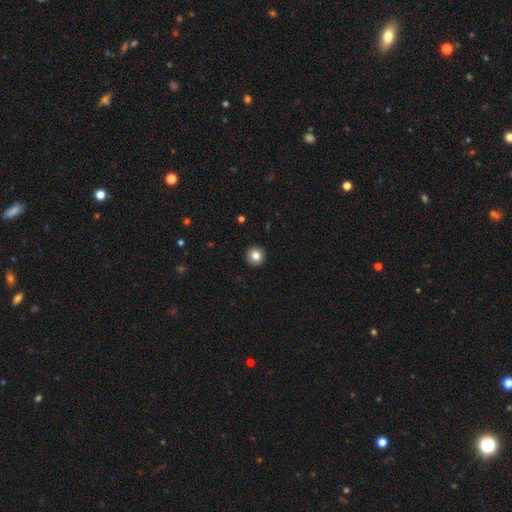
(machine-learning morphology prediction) type=smooth (83%); roundness=round (96%); merging=none (94%).